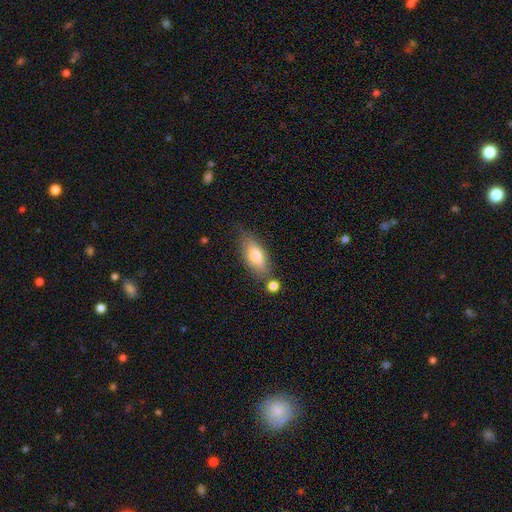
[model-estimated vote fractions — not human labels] smooth_or_featured: smooth (p=0.69) [alt: featured or disk p=0.24]
how_rounded: in between (p=0.69) [alt: cigar-shaped p=0.28]
merging: none (p=0.69) [alt: minor disturbance p=0.17]